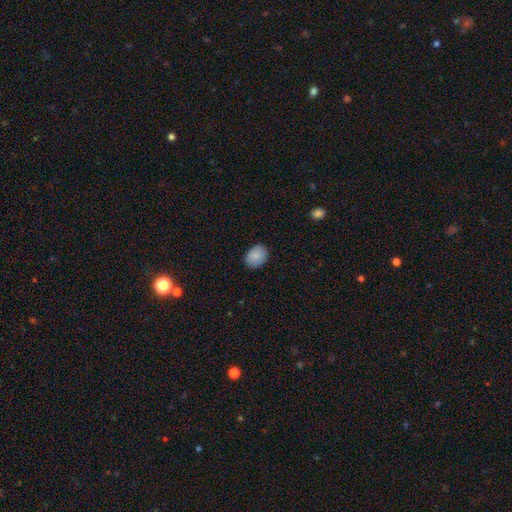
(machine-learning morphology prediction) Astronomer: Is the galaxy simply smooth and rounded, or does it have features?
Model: smooth — 88%.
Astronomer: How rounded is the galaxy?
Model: in between — 65%.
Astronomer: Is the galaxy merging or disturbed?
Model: none — 85%.